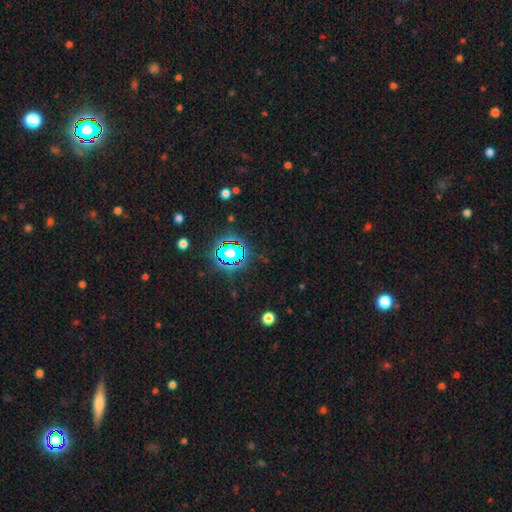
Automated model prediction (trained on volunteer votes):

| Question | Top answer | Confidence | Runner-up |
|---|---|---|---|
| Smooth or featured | star or artifact | 80% | smooth (12%) |